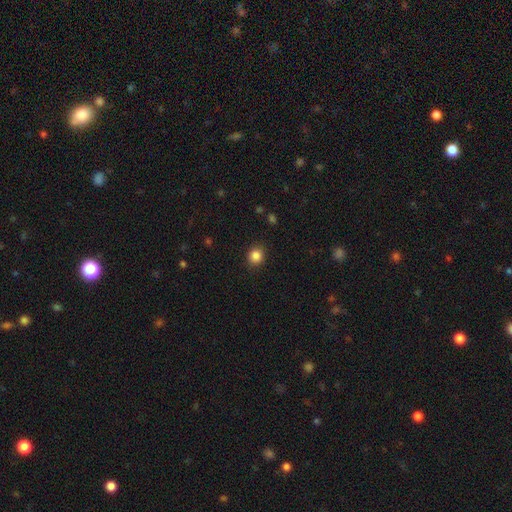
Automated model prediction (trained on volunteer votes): This appears to be a smooth galaxy with no disk features (86%) that is round (77%). Merging: none (89%).